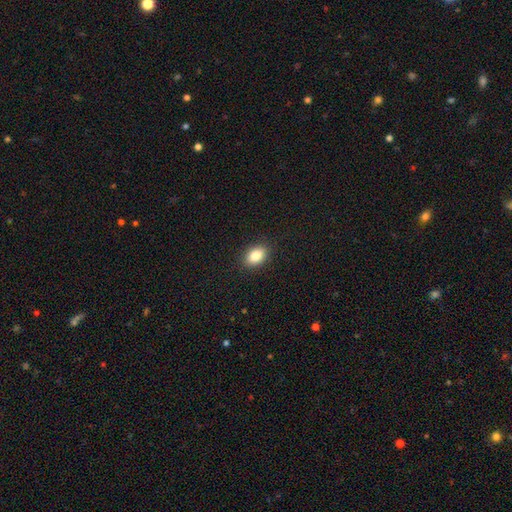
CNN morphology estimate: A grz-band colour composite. It shows a smooth galaxy with no disk features (85%) that is in between round and cigar-shaped (84%). Merging: none (89%).